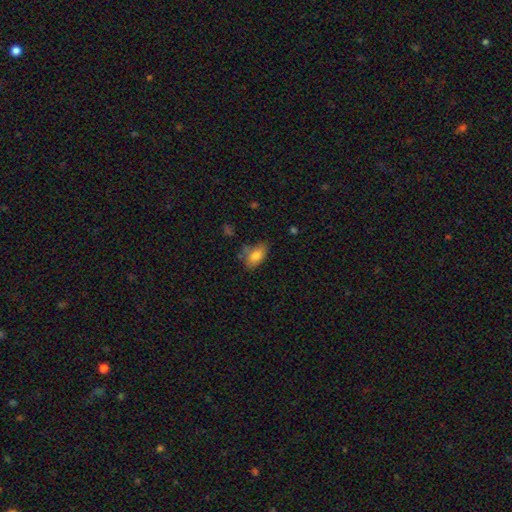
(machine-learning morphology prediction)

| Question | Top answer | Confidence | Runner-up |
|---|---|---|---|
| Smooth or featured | smooth | 79% | featured or disk (13%) |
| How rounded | in between | 88% | round (8%) |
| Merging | none | 57% | minor disturbance (29%) |